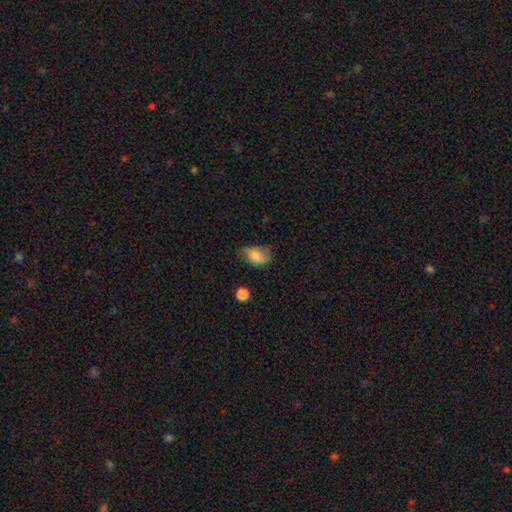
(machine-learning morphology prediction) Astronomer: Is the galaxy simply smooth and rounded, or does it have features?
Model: smooth — 73%.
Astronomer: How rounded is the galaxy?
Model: in between — 81%.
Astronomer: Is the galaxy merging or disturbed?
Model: none — 47% (runner-up: minor disturbance, 37%).